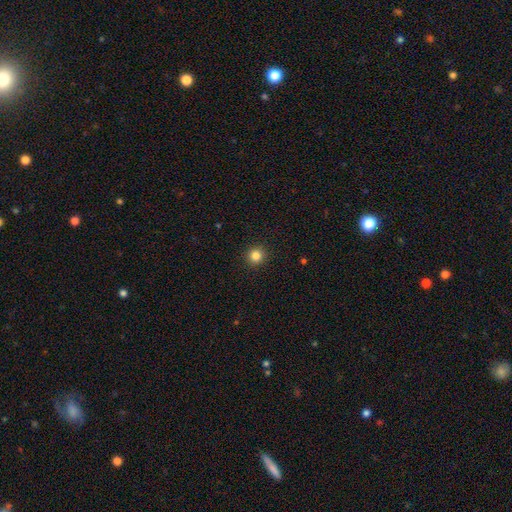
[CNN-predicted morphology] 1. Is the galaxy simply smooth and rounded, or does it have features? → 83% smooth, 12% star or artifact, 4% featured or disk.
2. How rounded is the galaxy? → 94% round, 5% in between, 1% cigar-shaped.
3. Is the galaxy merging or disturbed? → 93% none, 5% minor disturbance, 2% major disturbance, 1% merger.